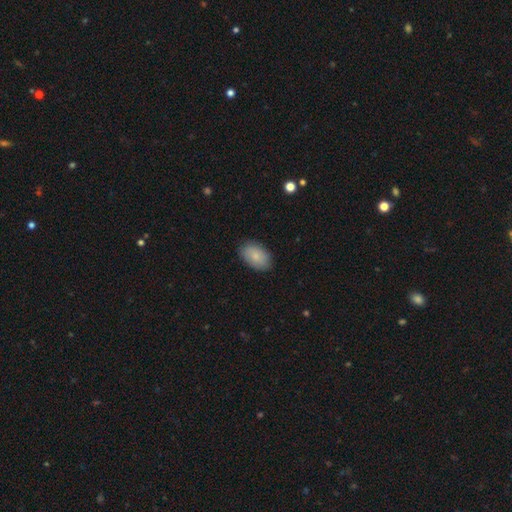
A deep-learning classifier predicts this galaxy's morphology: Smooth or featured? smooth (83%)
How rounded? in between (90%)
Merging? none (86%)